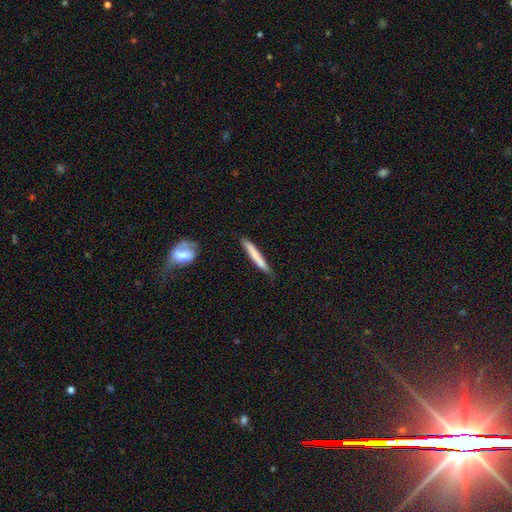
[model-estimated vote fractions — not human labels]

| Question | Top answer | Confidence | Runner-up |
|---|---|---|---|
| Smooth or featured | smooth | 70% | featured or disk (25%) |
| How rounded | cigar-shaped | 95% | in between (3%) |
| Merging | none | 76% | minor disturbance (18%) |